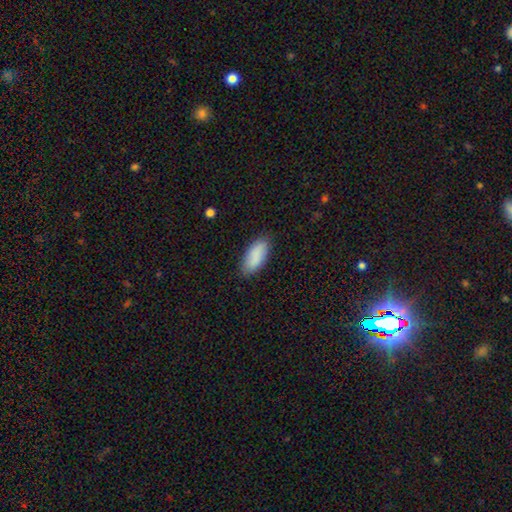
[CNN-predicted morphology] This appears to be a smooth galaxy with no disk features (89%) that is in between round and cigar-shaped (85%). Merging: none (85%).